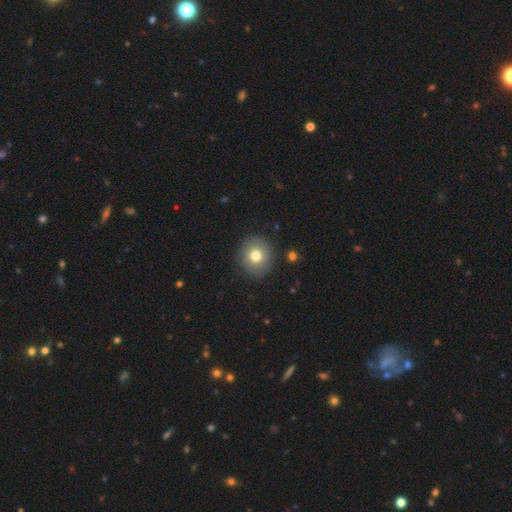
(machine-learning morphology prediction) smooth 74%, featured or disk 17%, star or artifact 9%. Down the decision tree: how rounded — round (86%); merging — none (88%).